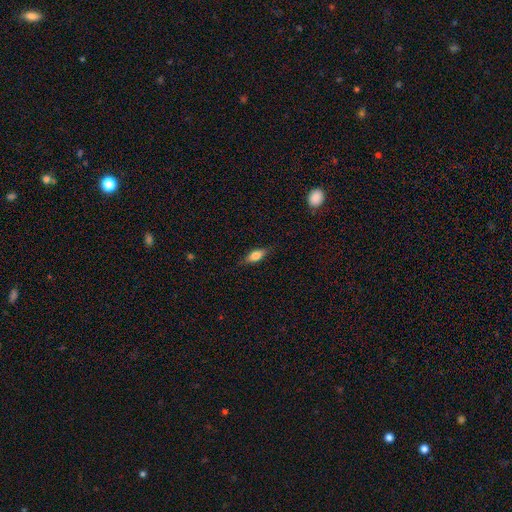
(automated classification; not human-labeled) A smooth galaxy with no disk features (67%) that is in between round and cigar-shaped (70%). Merging: none (82%).